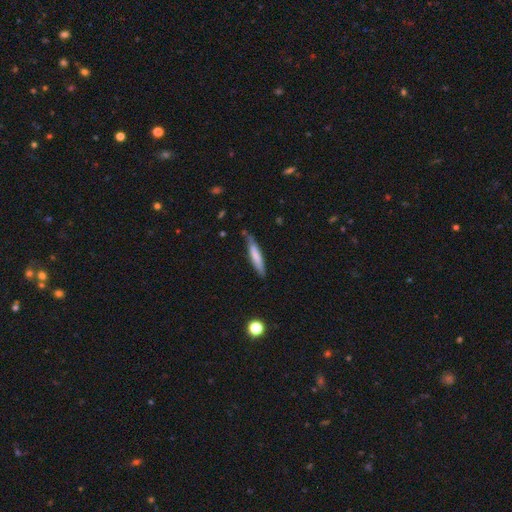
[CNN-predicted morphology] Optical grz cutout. It shows a smooth galaxy with no disk features (69%) that is cigar-shaped (88%). Merging: none (73%).